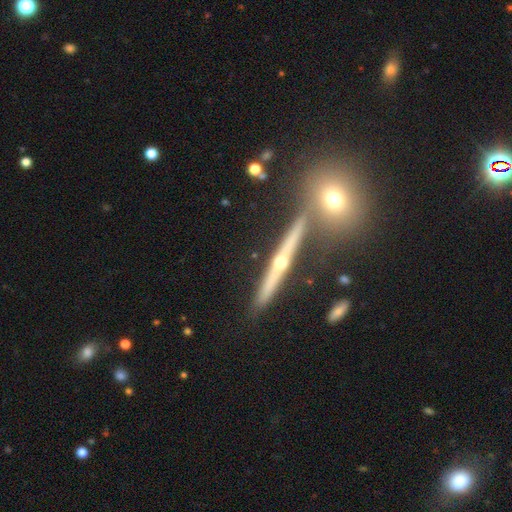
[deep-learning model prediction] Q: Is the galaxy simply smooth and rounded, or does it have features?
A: featured or disk — 78%.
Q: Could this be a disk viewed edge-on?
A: yes — 95%.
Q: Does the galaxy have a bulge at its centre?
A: rounded — 86%.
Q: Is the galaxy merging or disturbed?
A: none — 80%.